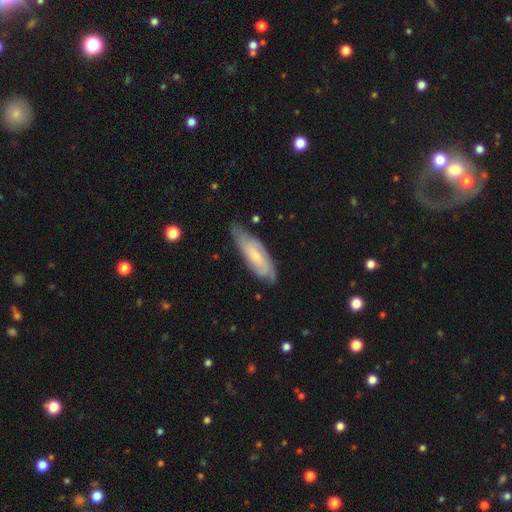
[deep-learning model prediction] Overall: featured or disk (66%; smooth 28%). Edge-on disk: no (81%). Bar: no (64%; weak 30%). Spiral arms: yes (91%). Bulge size: small (64%; moderate 28%). Merging: none (69%).